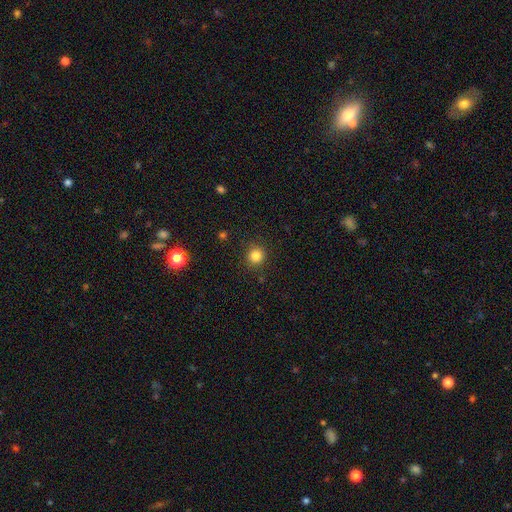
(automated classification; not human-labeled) Smooth or featured: smooth — 84% (star or artifact — 12%)
How rounded: round — 92% (in between — 7%)
Merging: none — 89% (minor disturbance — 7%)